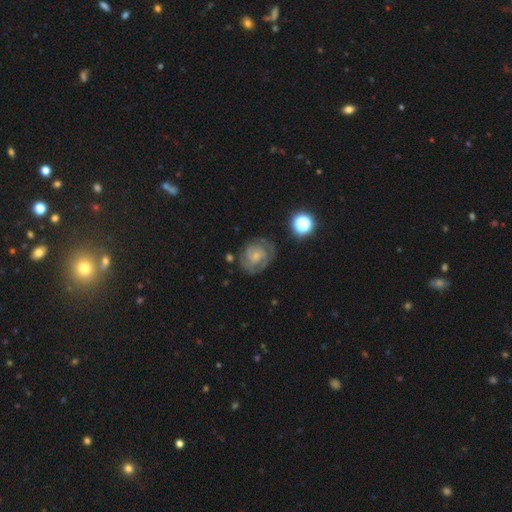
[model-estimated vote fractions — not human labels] Smooth or featured? Predicted: featured or disk (p=0.79). Edge-on disk? Predicted: no (p=0.98). Bar? Predicted: no (p=0.61). Spiral arms? Predicted: yes (p=0.94). Spiral winding? Predicted: tight (p=0.65). Spiral arm count? Predicted: 2 (p=0.44). Bulge size? Predicted: small (p=0.58). Merging? Predicted: none (p=0.71).